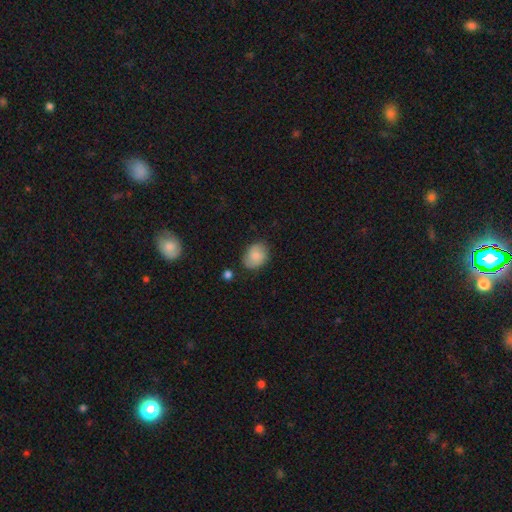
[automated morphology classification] type=smooth (73%); roundness=in between (61%); merging=none (77%).